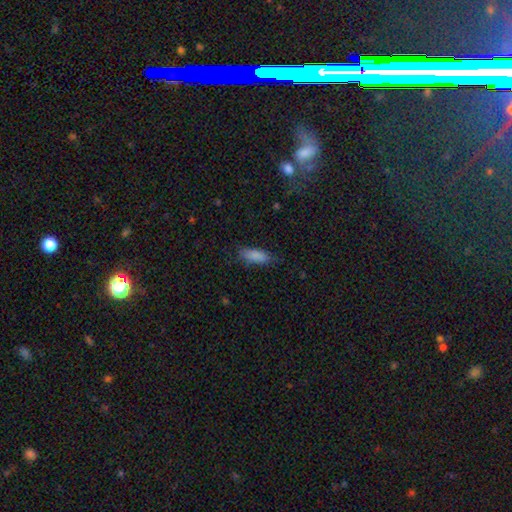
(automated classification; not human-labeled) Overall: smooth (86%). How rounded: in between (68%; cigar-shaped 30%). Merging: none (77%).